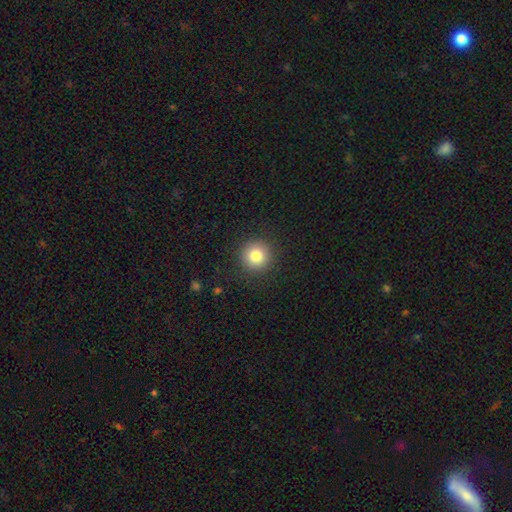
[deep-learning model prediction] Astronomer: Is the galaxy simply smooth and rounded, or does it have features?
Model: smooth — 83%.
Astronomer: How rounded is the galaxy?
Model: round — 95%.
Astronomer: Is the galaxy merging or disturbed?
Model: none — 91%.